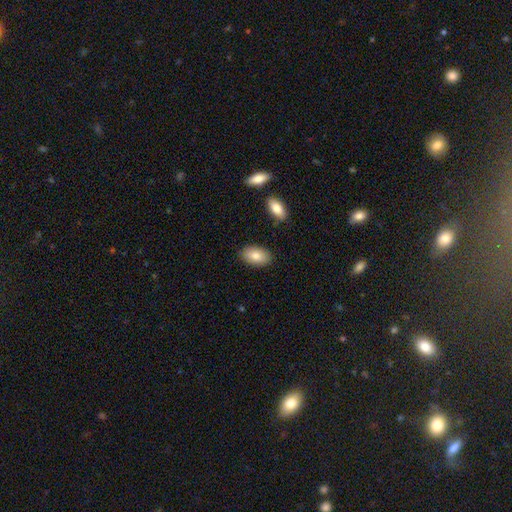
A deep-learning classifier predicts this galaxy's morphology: smooth-or-featured: smooth: 83% | featured or disk: 10% | star or artifact: 7%
  how-rounded: in between: 93% | round: 5% | cigar-shaped: 2%
  merging: none: 87% | minor disturbance: 9% | major disturbance: 2% | merger: 2%